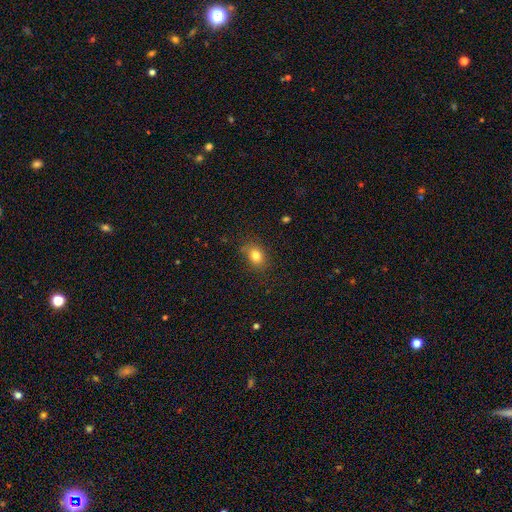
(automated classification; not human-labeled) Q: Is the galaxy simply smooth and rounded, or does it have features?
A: smooth — 80%.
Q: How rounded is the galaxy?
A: in between — 55%.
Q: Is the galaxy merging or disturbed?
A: none — 77%.